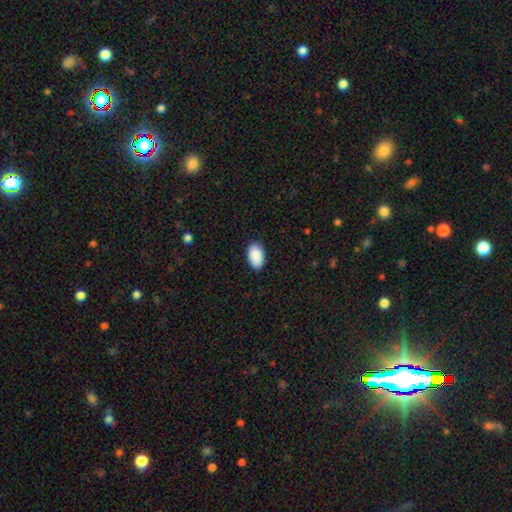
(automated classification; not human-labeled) A smooth galaxy with no disk features (91%) that is in between round and cigar-shaped (94%). Merging: none (87%).